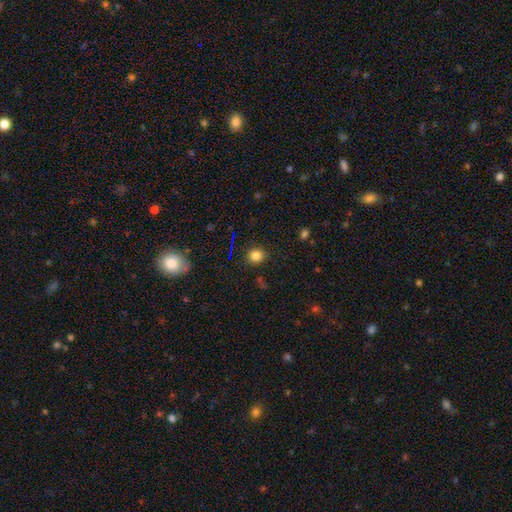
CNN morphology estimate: smooth-or-featured: smooth: 79% | star or artifact: 14% | featured or disk: 6%
  how-rounded: round: 84% | in between: 15% | cigar-shaped: 1%
  merging: none: 87% | minor disturbance: 9% | major disturbance: 3% | merger: 2%